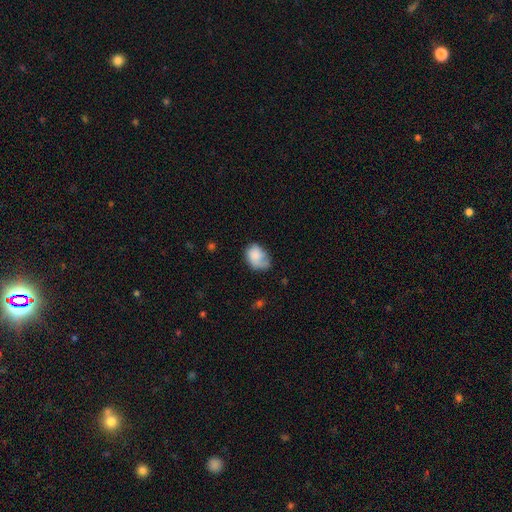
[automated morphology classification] type=smooth (74%); roundness=in between (73%); merging=none (40%).